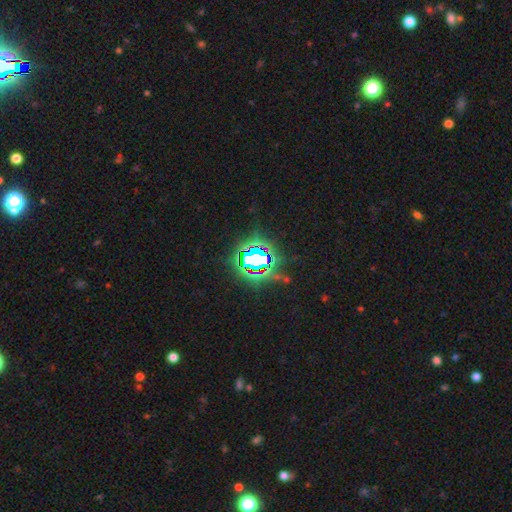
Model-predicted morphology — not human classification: This appears to be a star or artifact, not a galaxy (77%).